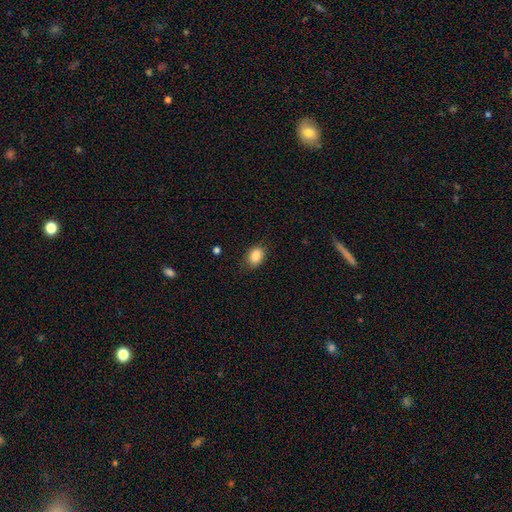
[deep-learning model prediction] Smooth or featured? smooth (88%)
How rounded? in between (76%)
Merging? none (83%)